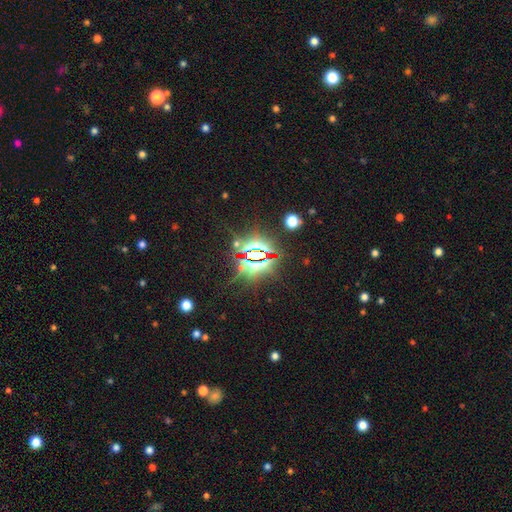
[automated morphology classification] smooth_or_featured: star or artifact (p=0.82) [alt: smooth p=0.09]